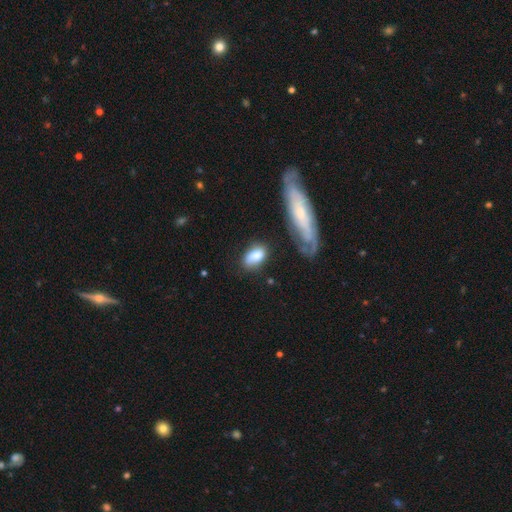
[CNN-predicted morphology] Overall: smooth (79%). How rounded: in between (88%). Merging: none (63%).